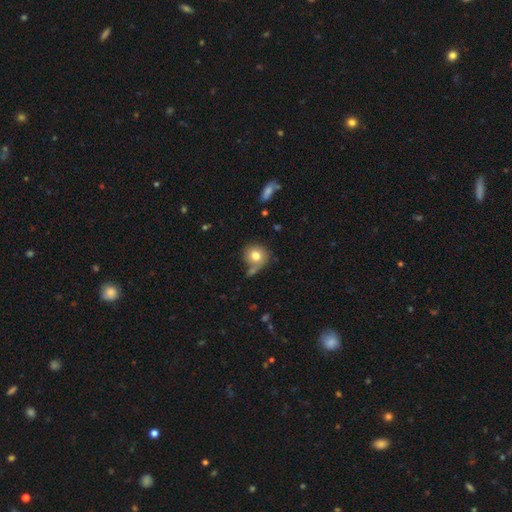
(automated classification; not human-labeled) Smooth or featured?
  - smooth: 78% *
  - featured or disk: 13%
  - star or artifact: 10%
How rounded?
  - round: 88% *
  - in between: 11%
  - cigar-shaped: 1%
Merging?
  - none: 62% *
  - minor disturbance: 16%
  - merger: 14%
  - major disturbance: 8%